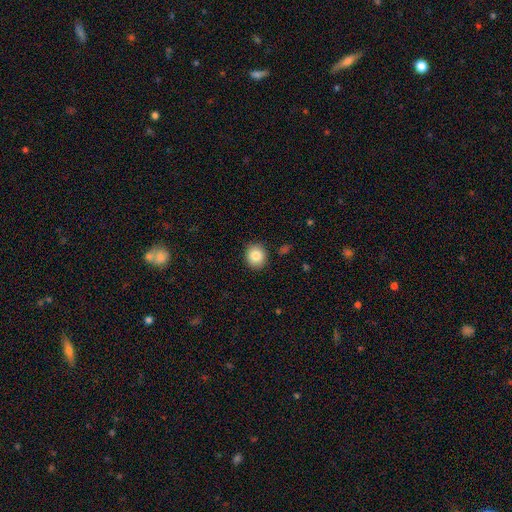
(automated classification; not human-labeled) smooth_or_featured: smooth (p=0.84) [alt: star or artifact p=0.09]
how_rounded: round (p=0.83) [alt: in between p=0.16]
merging: none (p=0.90) [alt: minor disturbance p=0.07]